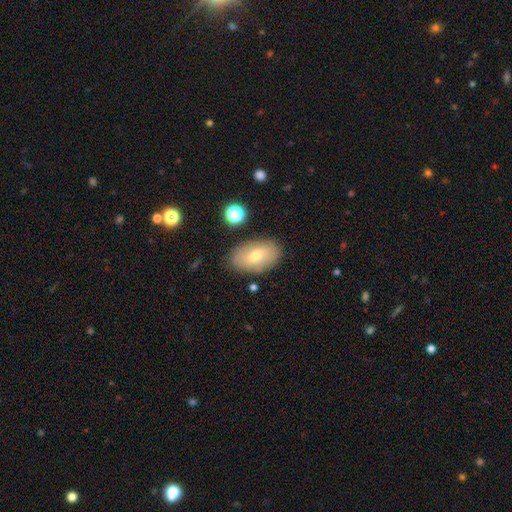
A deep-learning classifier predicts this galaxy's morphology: type=smooth (65%); roundness=in between (91%); merging=none (83%).